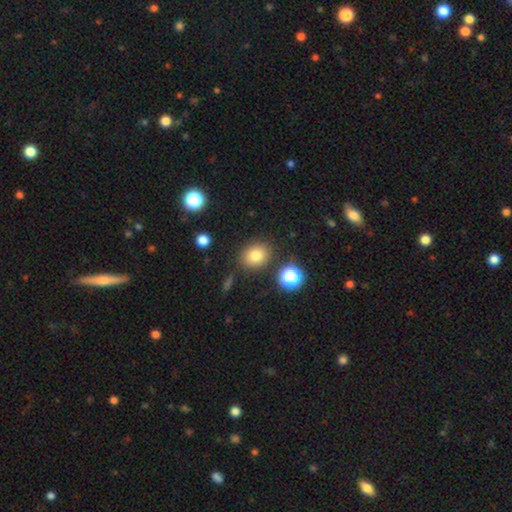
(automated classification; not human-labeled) Q: Smooth or featured?
A: smooth (79%); runner-up: star or artifact (13%)
Q: How rounded?
A: round (59%); runner-up: in between (40%)
Q: Merging?
A: none (82%); runner-up: minor disturbance (10%)